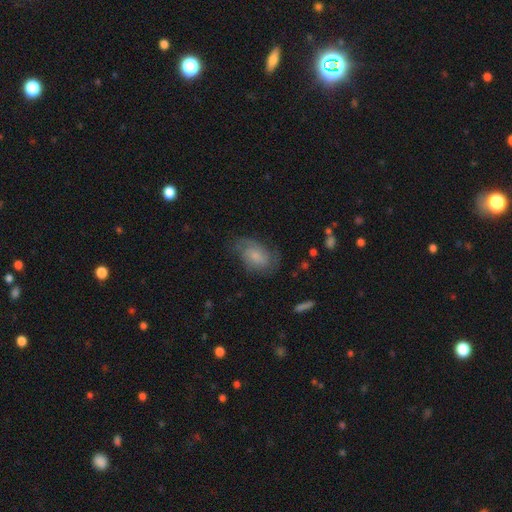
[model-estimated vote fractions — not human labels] smooth_or_featured: featured or disk (p=0.51) [alt: smooth p=0.41]
disk_edge_on: no (p=0.96) [alt: yes p=0.04]
merging: none (p=0.62) [alt: minor disturbance p=0.23]